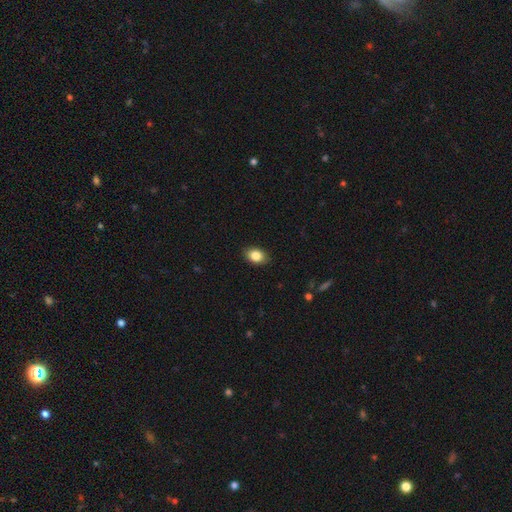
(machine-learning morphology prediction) This is clearly a smooth galaxy (85%). How rounded: likely in between (79%). Merging: clearly none (88%).